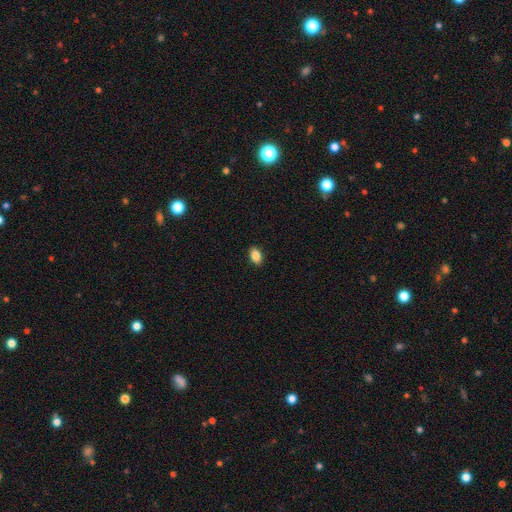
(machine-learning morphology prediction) A smooth galaxy with no disk features (86%) that is in between round and cigar-shaped (87%). Merging: none (90%).